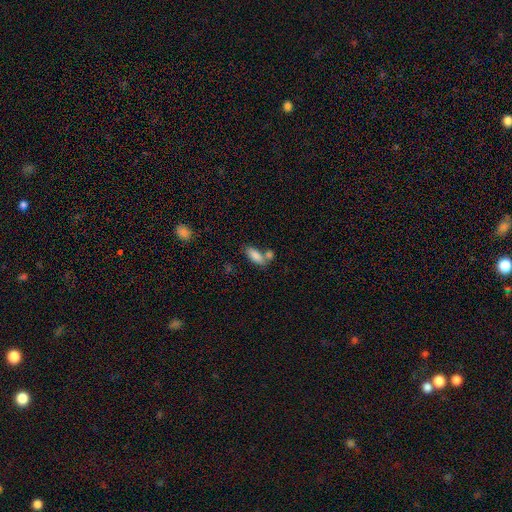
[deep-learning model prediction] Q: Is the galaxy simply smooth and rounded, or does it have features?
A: smooth — 84%.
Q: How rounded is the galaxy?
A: in between — 84%.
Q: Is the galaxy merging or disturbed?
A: none — 47%.